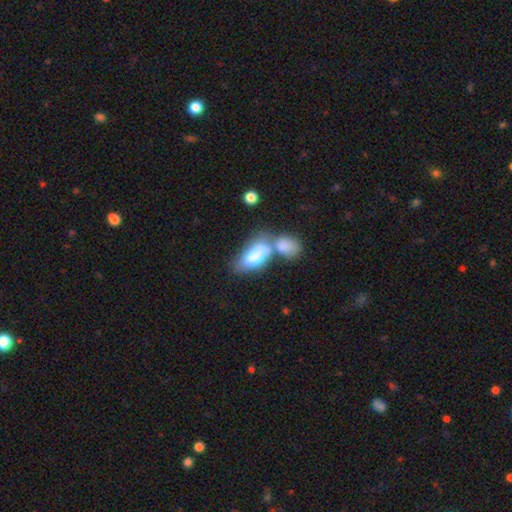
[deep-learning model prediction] Smooth or featured? smooth (77%)
How rounded? in between (88%)
Merging? merger (61%)